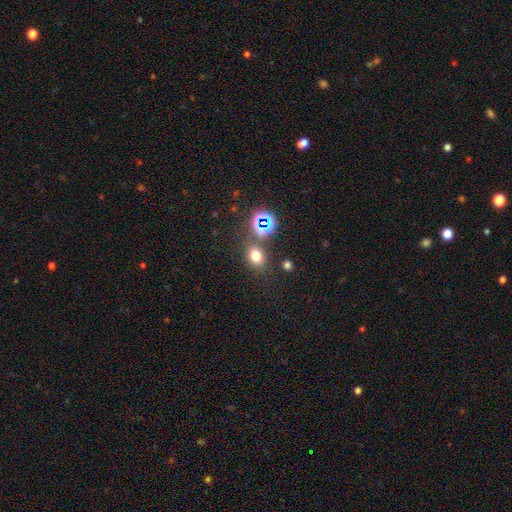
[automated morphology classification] This is likely a smooth galaxy (69%). How rounded: possibly in between (53%). Merging: likely none (75%).